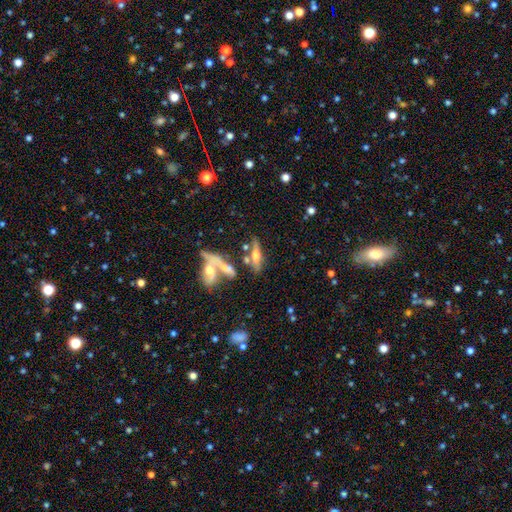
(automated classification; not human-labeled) This appears to be a featured or disk galaxy (53%) viewed edge-on (78%). Merging: none (46%).